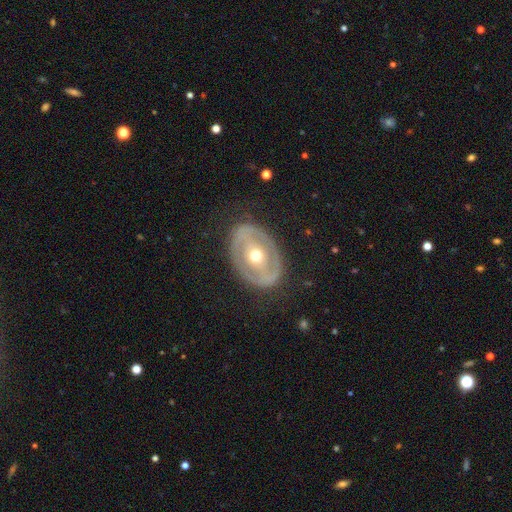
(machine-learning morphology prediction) Overall: featured or disk (69%). Edge-on disk: no (93%). Bar: no (60%; weak 23%). Spiral arms: no (71%). Bulge size: moderate (75%). Merging: none (78%).